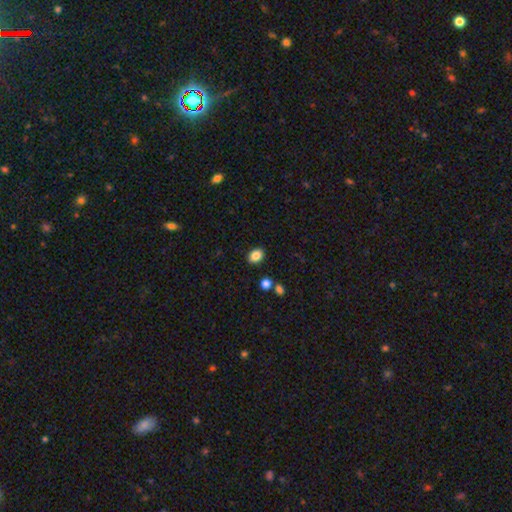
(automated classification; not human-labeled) The model was most divided on "how rounded": in between: 71%, round: 28%, cigar-shaped: 1%. More confident: merging — none (87%); smooth or featured — smooth (86%).